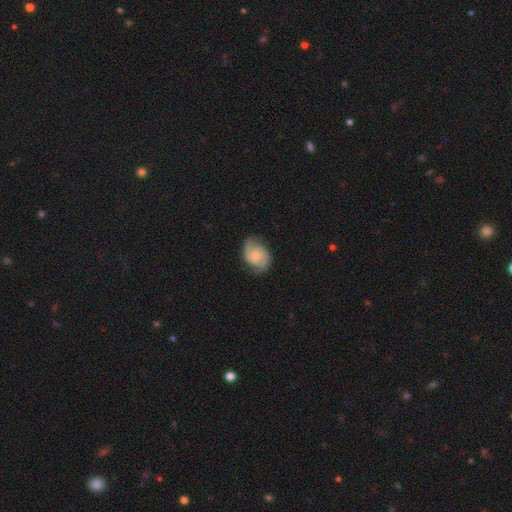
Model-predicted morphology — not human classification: Smooth or featured? featured or disk (75%)
Edge-on disk? no (98%)
Bar? no (62%)
Spiral arms? yes (95%)
Spiral winding? medium (50%)
Spiral arm count? 2 (90%)
Bulge size? small (54%)
Merging? none (76%)